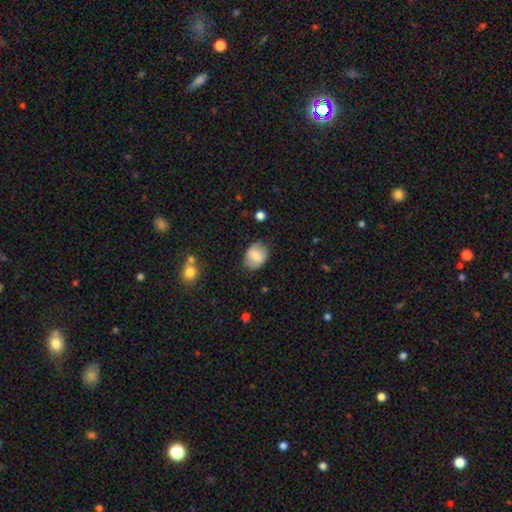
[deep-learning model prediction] Overall: smooth (73%). How rounded: in between (61%; round 38%). Merging: none (79%).